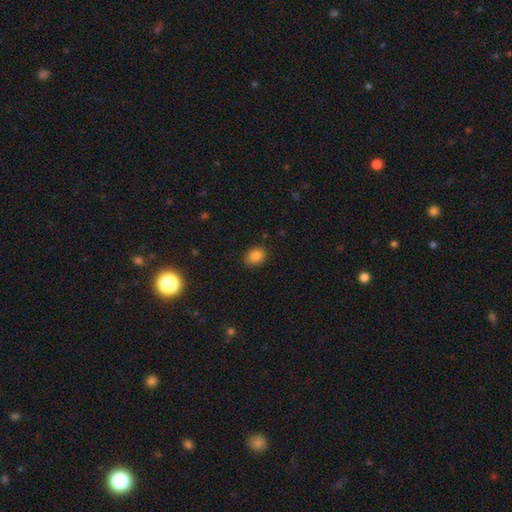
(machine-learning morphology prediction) This appears to be a smooth galaxy with no disk features (84%) that is in between round and cigar-shaped (52%). Merging: none (84%).